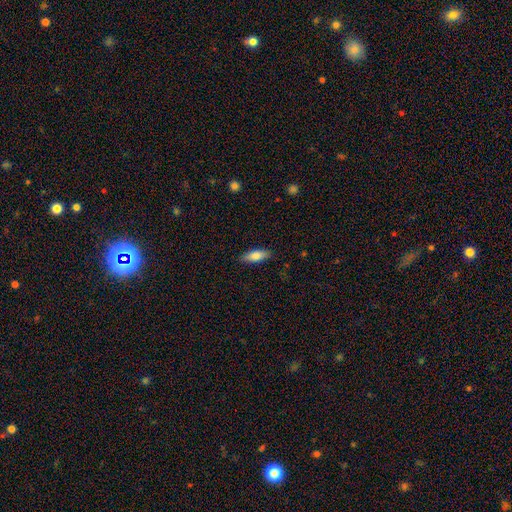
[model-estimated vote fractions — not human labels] This appears to be a smooth galaxy with no disk features (79%) that is in between round and cigar-shaped (68%). Merging: none (87%).